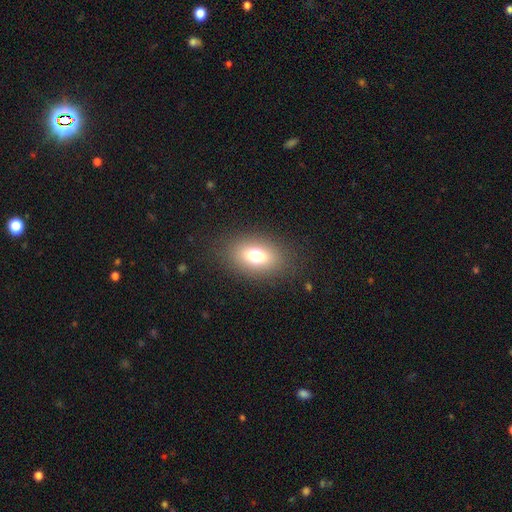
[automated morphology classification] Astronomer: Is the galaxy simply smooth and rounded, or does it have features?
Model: smooth — 73%.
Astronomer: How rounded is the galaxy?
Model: in between — 81%.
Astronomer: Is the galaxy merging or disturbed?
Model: none — 84%.